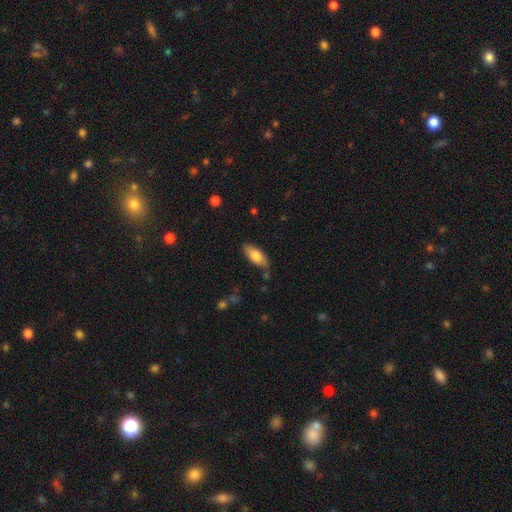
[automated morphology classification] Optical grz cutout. It shows a smooth galaxy with no disk features (79%) that is in between round and cigar-shaped (80%). Merging: none (79%).